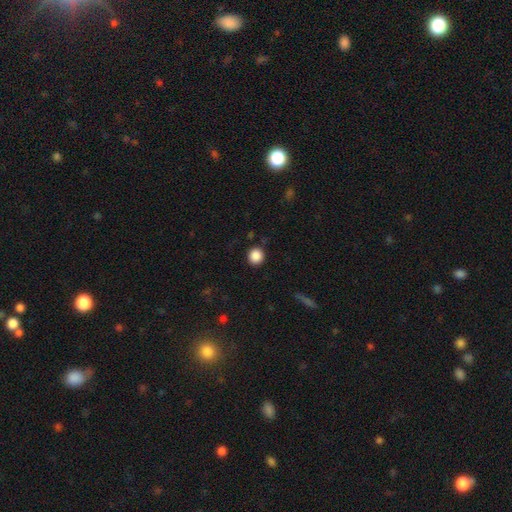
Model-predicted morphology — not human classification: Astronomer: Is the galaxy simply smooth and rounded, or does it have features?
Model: smooth — 87%.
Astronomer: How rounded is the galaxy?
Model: round — 89%.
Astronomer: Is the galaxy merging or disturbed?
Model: none — 89%.